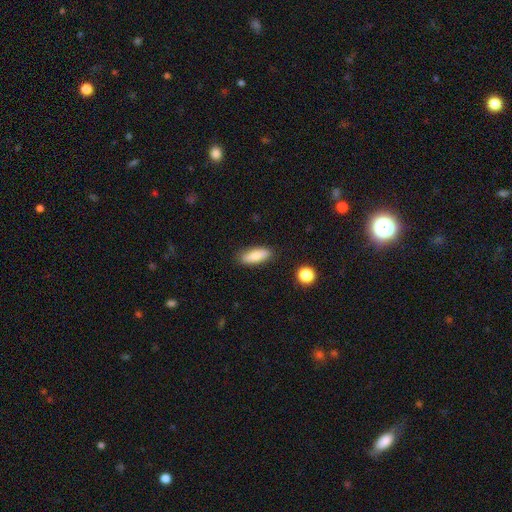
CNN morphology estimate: Smooth or featured: smooth — 78% (featured or disk — 15%)
How rounded: in between — 65% (cigar-shaped — 32%)
Merging: none — 86% (minor disturbance — 10%)